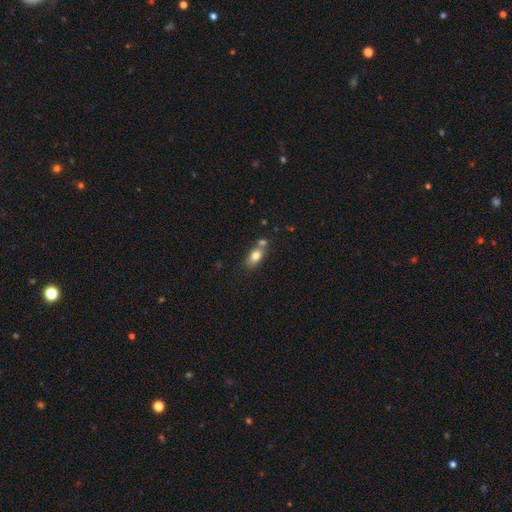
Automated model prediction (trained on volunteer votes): smooth-or-featured: smooth: 78% | featured or disk: 14% | star or artifact: 9%
  how-rounded: in between: 83% | round: 10% | cigar-shaped: 7%
  merging: none: 55% | merger: 26% | minor disturbance: 15% | major disturbance: 4%